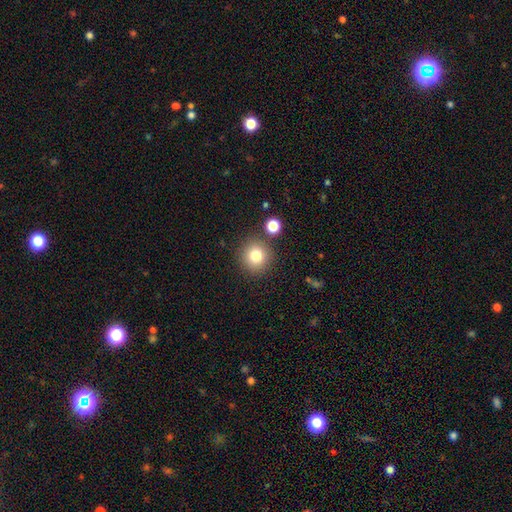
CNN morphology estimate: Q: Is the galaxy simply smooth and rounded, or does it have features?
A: smooth — 79%.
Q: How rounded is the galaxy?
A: round — 93%.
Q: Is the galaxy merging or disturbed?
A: none — 84%.